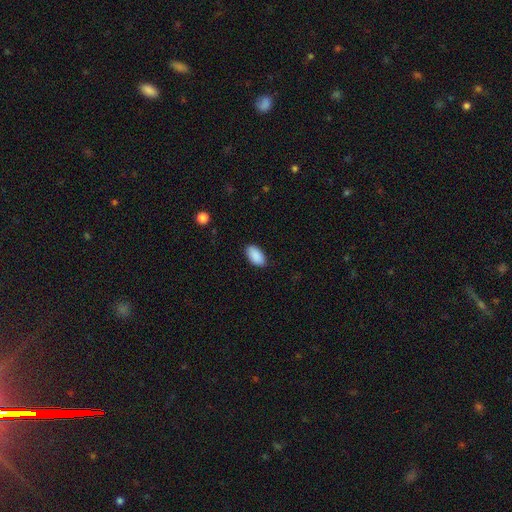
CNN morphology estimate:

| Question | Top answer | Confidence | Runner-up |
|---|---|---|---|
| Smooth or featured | smooth | 91% | star or artifact (6%) |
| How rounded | in between | 95% | round (3%) |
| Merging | none | 87% | minor disturbance (10%) |